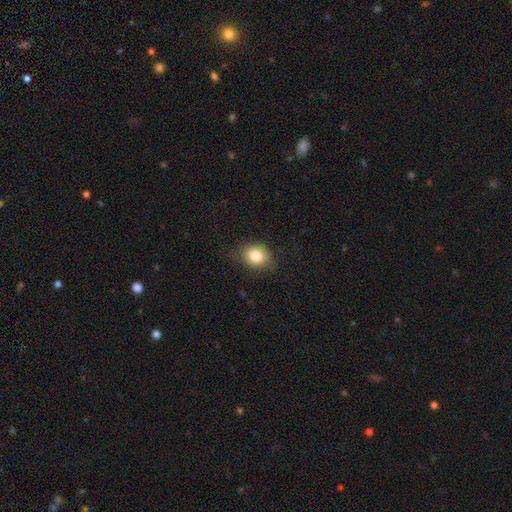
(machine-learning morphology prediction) Overall: smooth (82%). How rounded: round (57%; in between 42%). Merging: none (80%).